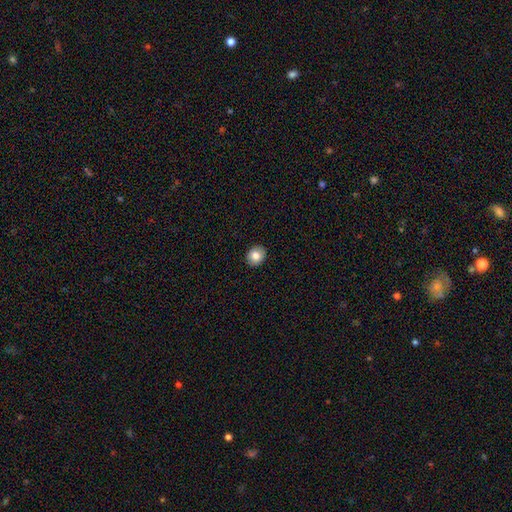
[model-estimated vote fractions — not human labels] This appears to be a smooth galaxy with no disk features (80%) that is round (71%). Merging: none (91%).